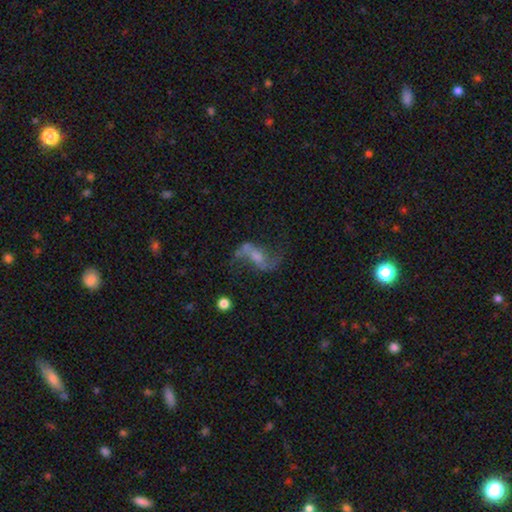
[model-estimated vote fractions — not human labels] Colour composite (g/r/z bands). It shows a featured or disk galaxy (82%) with a weak bar (42%), 2 (91%) loose (84%) spiral arms (93%) and a small central bulge (44%). Merging: none (65%).